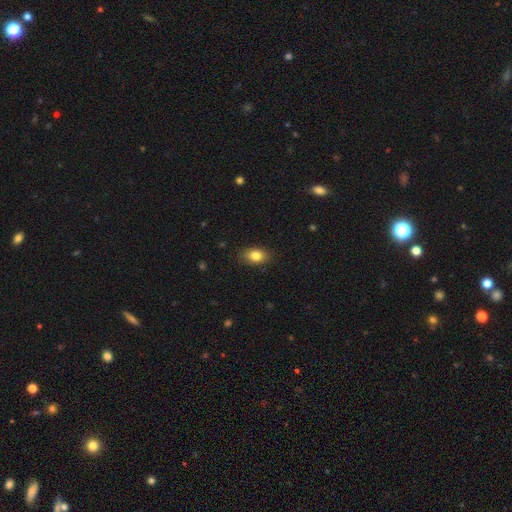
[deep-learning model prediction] Morphology: type=smooth (84%); roundness=in between (83%); merging=none (87%).